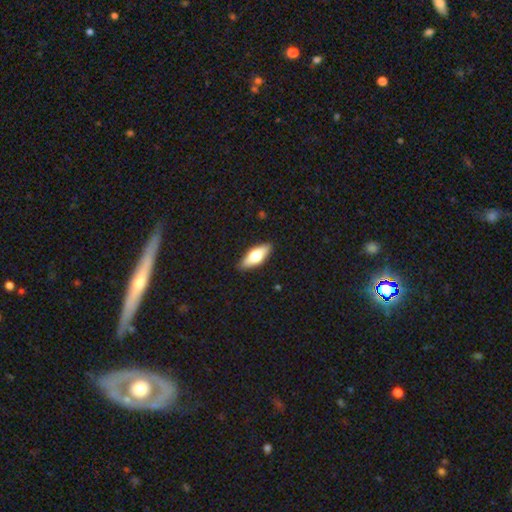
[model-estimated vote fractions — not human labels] smooth_or_featured: smooth (p=0.63) [alt: featured or disk p=0.32]
how_rounded: in between (p=0.73) [alt: cigar-shaped p=0.24]
merging: none (p=0.88) [alt: minor disturbance p=0.10]